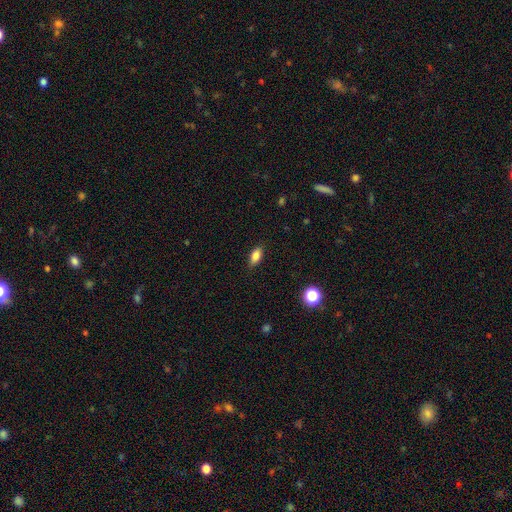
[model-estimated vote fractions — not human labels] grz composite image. It shows a smooth galaxy with no disk features (84%) that is in between round and cigar-shaped (86%). Merging: none (86%).